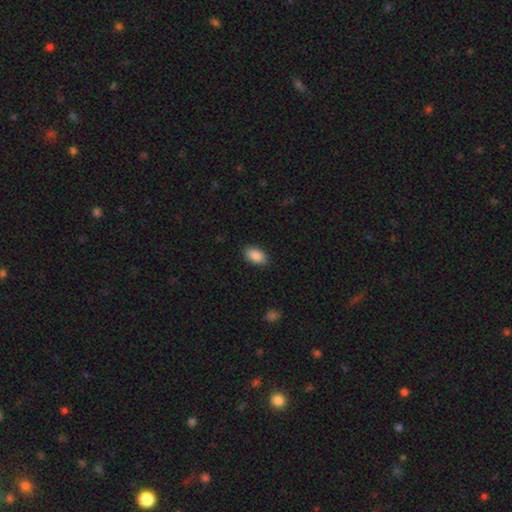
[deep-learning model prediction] Smooth or featured? smooth (89%)
How rounded? in between (93%)
Merging? none (87%)